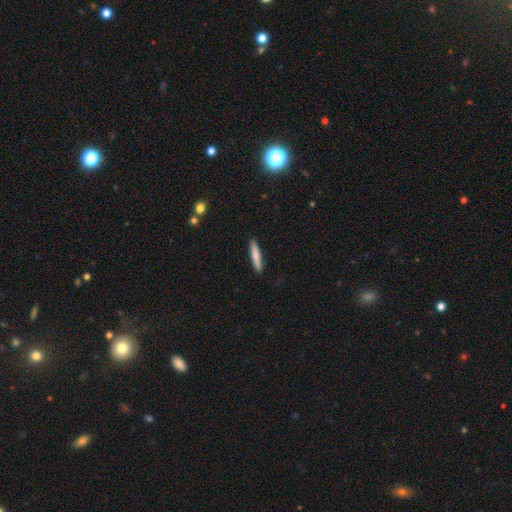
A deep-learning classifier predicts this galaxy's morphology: smooth 71%, featured or disk 23%, star or artifact 6%. Down the decision tree: how rounded — cigar-shaped (89%); merging — none (89%).